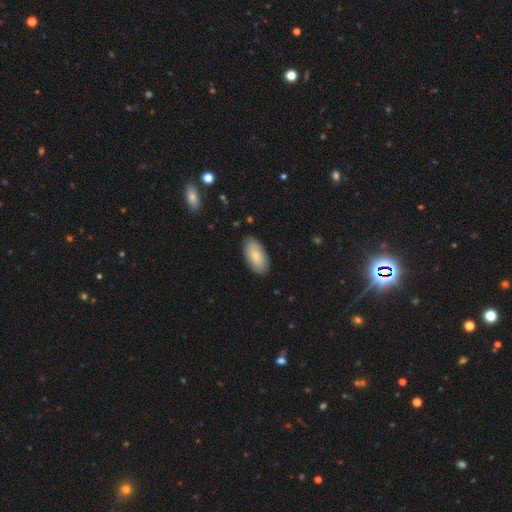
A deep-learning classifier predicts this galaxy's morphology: Smooth or featured? smooth (82%)
How rounded? in between (93%)
Merging? none (86%)